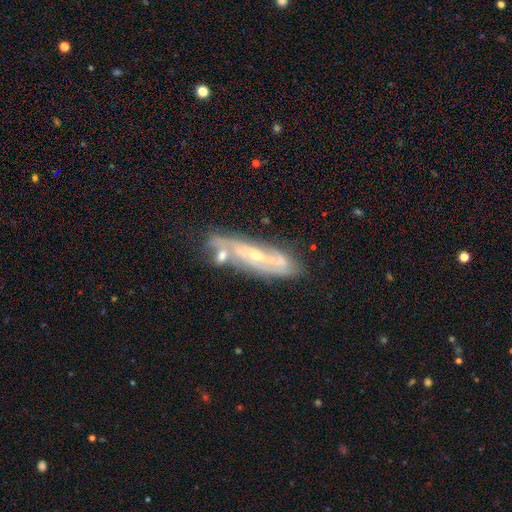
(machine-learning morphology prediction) This appears to be a featured or disk galaxy (77%) with no bar (41%), spiral arms (80%) and a small central bulge (62%). Merging: none (63%).